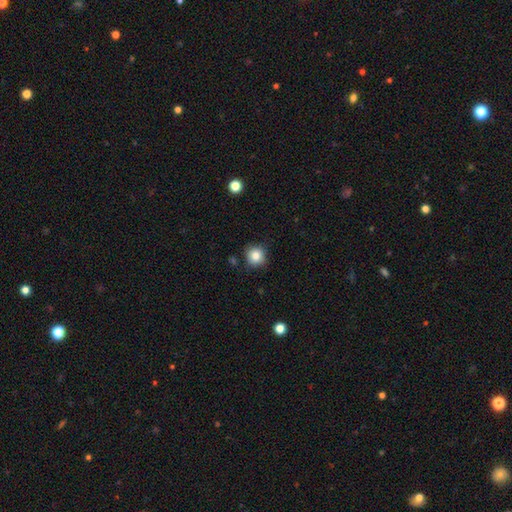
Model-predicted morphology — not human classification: Overall: smooth (82%). How rounded: round (93%). Merging: none (87%).